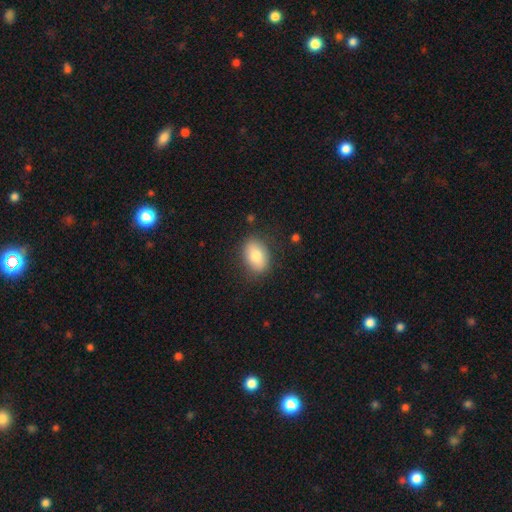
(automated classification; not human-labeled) Smooth or featured? smooth (80%)
How rounded? in between (84%)
Merging? none (82%)